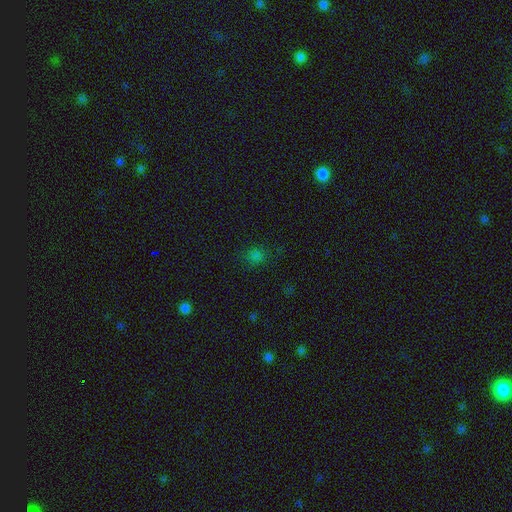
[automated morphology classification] This appears to be a smooth galaxy with no disk features (75%) that is round (78%). Merging: none (81%).